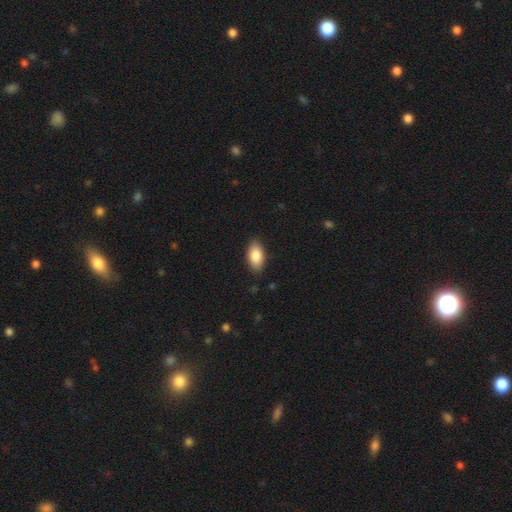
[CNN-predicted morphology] The model was most divided on "smooth or featured": smooth: 85%, featured or disk: 8%, star or artifact: 6%. More confident: how rounded — in between (93%); merging — none (87%).